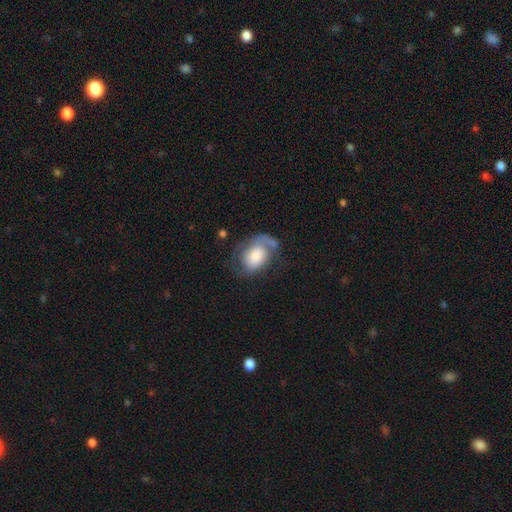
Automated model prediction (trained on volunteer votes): A featured or disk galaxy (52%). Merging: none (43%).